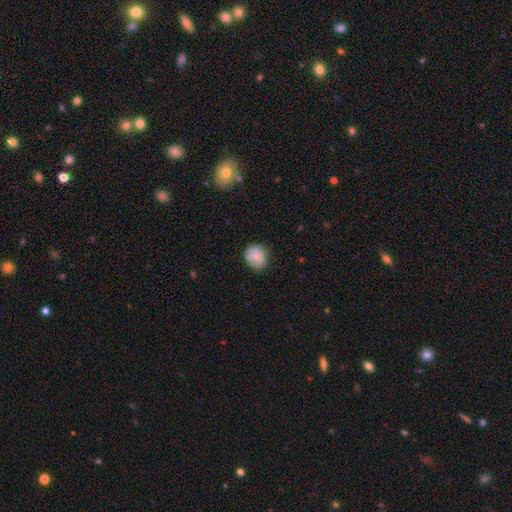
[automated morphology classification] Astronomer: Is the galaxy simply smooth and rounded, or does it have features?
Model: smooth — 76%.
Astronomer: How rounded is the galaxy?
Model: round — 79%.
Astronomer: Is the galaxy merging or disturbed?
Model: none — 76%.